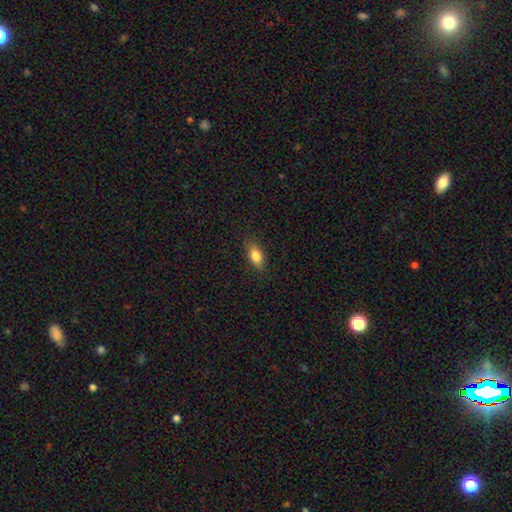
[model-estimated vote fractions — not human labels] smooth 81%, featured or disk 10%, star or artifact 8%. Down the decision tree: how rounded — in between (83%); merging — none (86%).